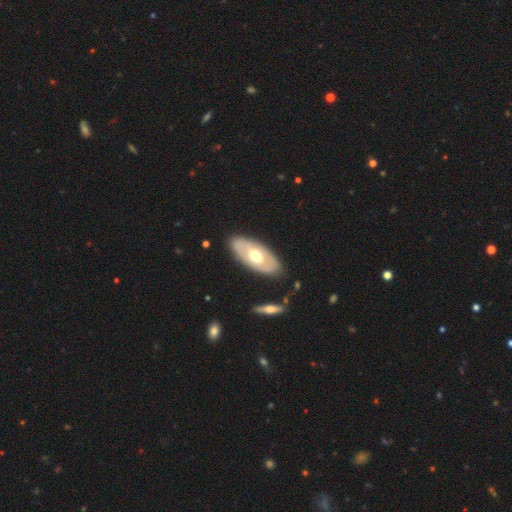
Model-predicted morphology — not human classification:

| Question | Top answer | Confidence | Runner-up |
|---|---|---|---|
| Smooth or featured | featured or disk | 57% | smooth (39%) |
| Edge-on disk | no | 83% | yes (17%) |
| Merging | none | 84% | minor disturbance (11%) |